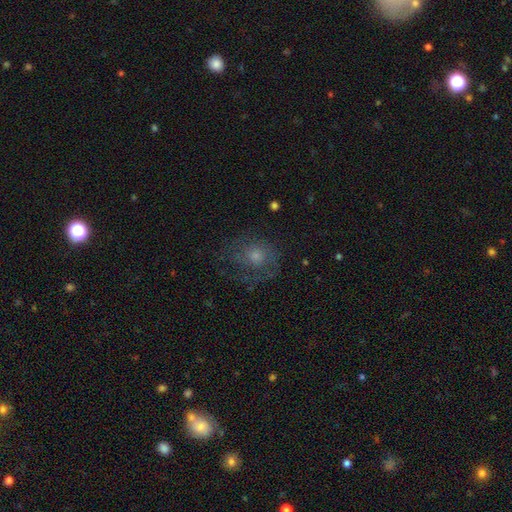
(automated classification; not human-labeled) Smooth or featured: featured or disk — 49% (smooth — 35%)
Merging: none — 61% (major disturbance — 19%)